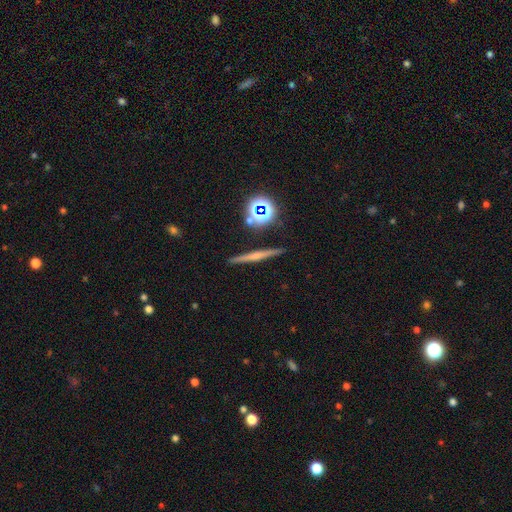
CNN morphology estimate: smooth_or_featured: featured or disk (p=0.53) [alt: smooth p=0.33]
disk_edge_on: yes (p=0.97) [alt: no p=0.03]
edge_on_bulge: none (p=0.50) [alt: rounded p=0.38]
merging: none (p=0.90) [alt: minor disturbance p=0.07]